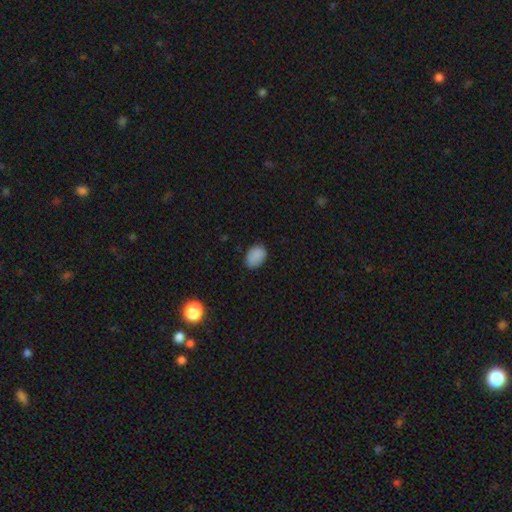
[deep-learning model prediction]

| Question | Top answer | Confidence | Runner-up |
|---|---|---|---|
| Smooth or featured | smooth | 87% | star or artifact (9%) |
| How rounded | in between | 80% | round (19%) |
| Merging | none | 78% | minor disturbance (18%) |